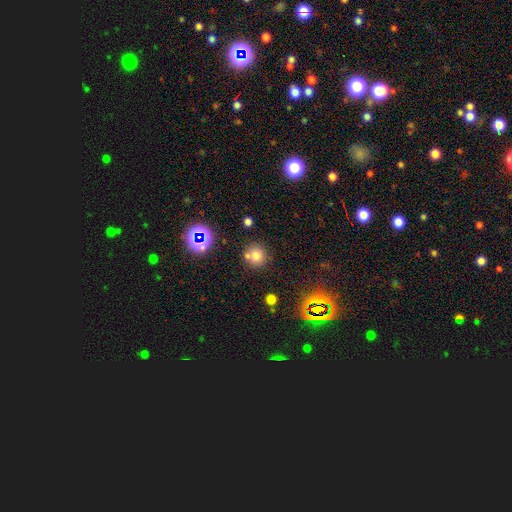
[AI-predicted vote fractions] Smooth or featured?
  - smooth: 71% *
  - star or artifact: 19%
  - featured or disk: 11%
How rounded?
  - round: 90% *
  - in between: 9%
  - cigar-shaped: 1%
Merging?
  - none: 67% *
  - merger: 20%
  - minor disturbance: 9%
  - major disturbance: 3%